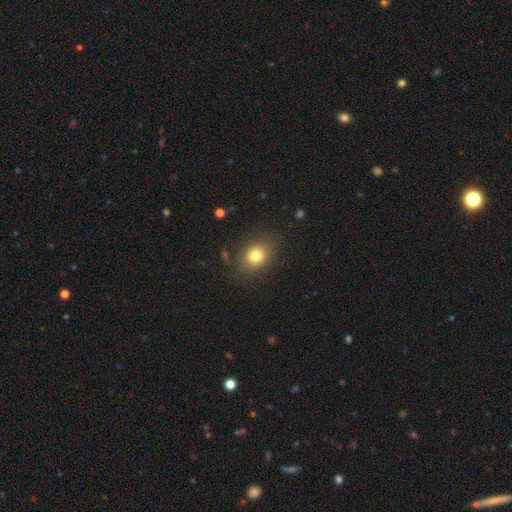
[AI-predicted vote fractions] smooth-or-featured: smooth: 78% | star or artifact: 12% | featured or disk: 9%
  how-rounded: round: 60% | in between: 39% | cigar-shaped: 1%
  merging: none: 83% | minor disturbance: 11% | major disturbance: 4% | merger: 2%